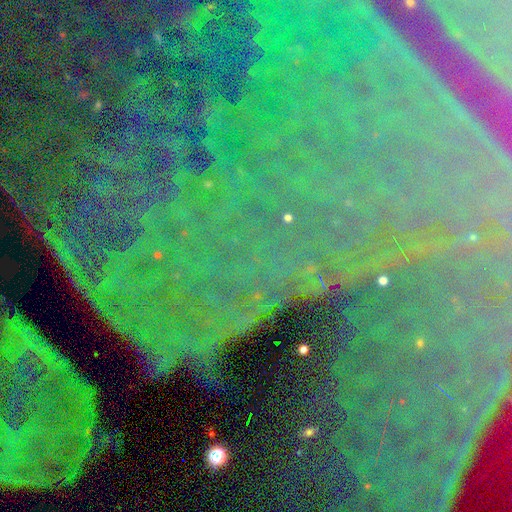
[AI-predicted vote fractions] Smooth or featured? Predicted: star or artifact (p=0.85).